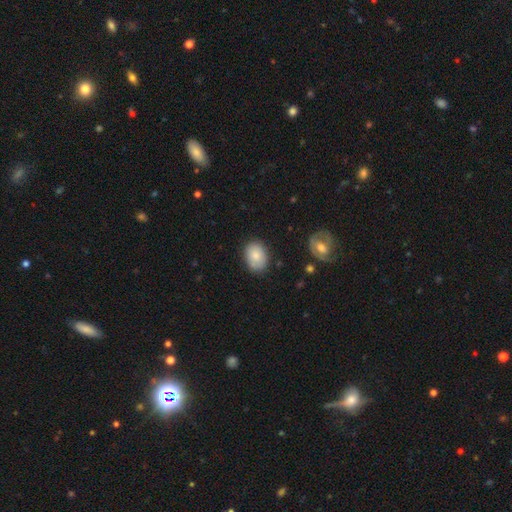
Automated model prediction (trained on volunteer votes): Smooth or featured? smooth (82%)
How rounded? in between (73%)
Merging? none (79%)